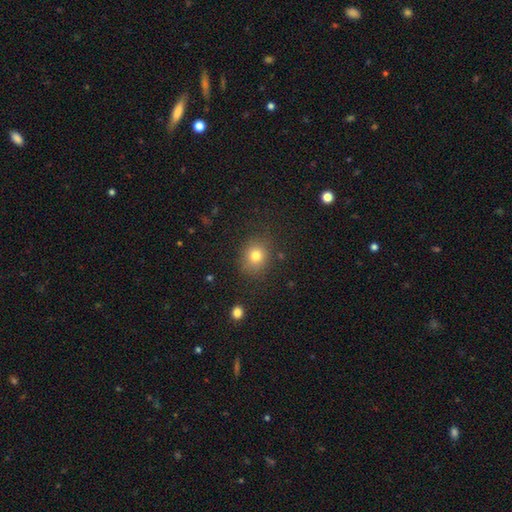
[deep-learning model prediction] Smooth or featured? smooth (78%)
How rounded? round (68%)
Merging? none (83%)